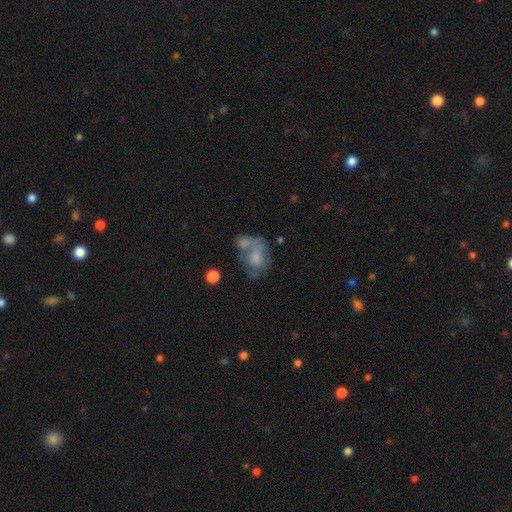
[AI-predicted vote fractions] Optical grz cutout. It shows a smooth galaxy with no disk features (51%) that is in between round and cigar-shaped (69%). Merging: merger (39%).